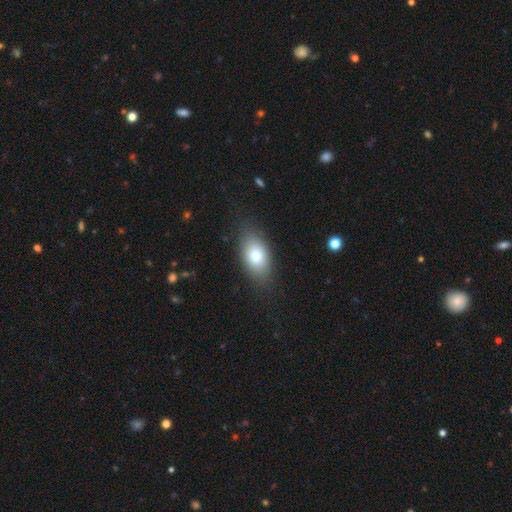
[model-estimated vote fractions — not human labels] Overall: smooth (78%). How rounded: in between (88%). Merging: none (81%).